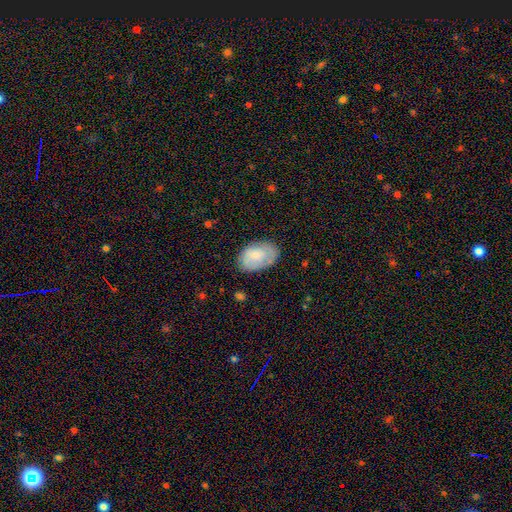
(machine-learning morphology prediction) Smooth or featured?
  - smooth: 71% *
  - featured or disk: 22%
  - star or artifact: 7%
How rounded?
  - in between: 91% *
  - round: 7%
  - cigar-shaped: 1%
Merging?
  - none: 75% *
  - minor disturbance: 18%
  - major disturbance: 5%
  - merger: 1%